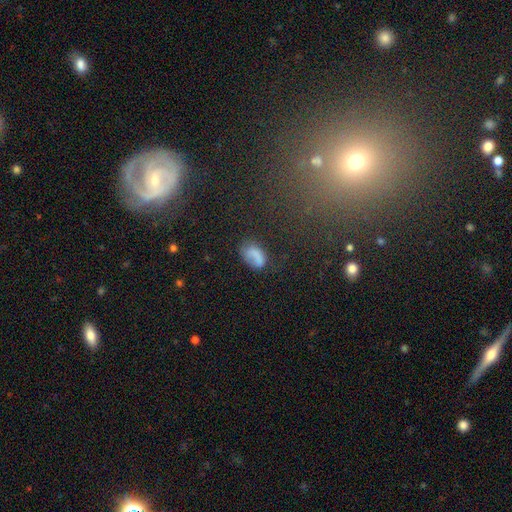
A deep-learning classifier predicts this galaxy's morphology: Smooth or featured? smooth (69%)
How rounded? in between (88%)
Merging? none (50%)